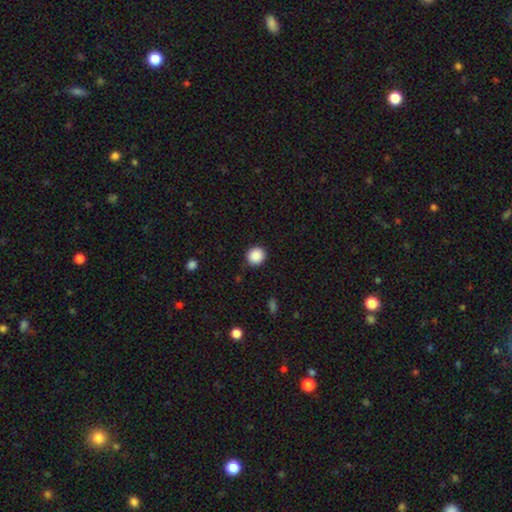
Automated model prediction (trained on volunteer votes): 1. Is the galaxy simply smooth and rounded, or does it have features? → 89% smooth, 9% star or artifact, 2% featured or disk.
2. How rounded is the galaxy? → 91% round, 8% in between, 1% cigar-shaped.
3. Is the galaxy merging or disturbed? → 91% none, 6% minor disturbance, 2% major disturbance, 1% merger.